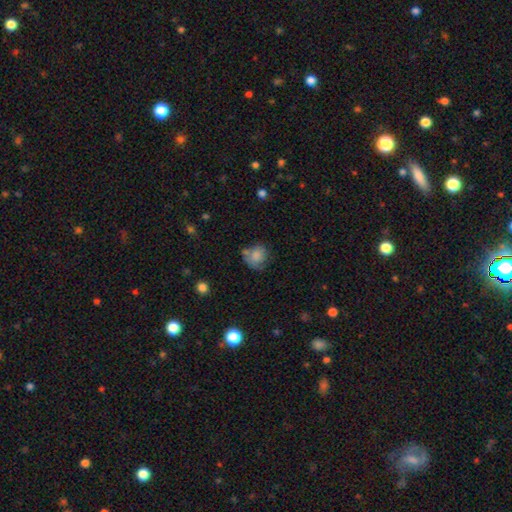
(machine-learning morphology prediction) A smooth galaxy with no disk features (78%) that is round (75%). Merging: none (51%).